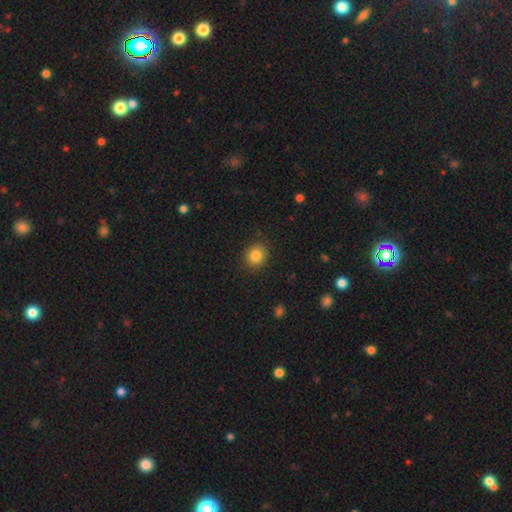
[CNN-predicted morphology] This is clearly a smooth galaxy (84%). How rounded: likely round (77%). Merging: clearly none (89%).